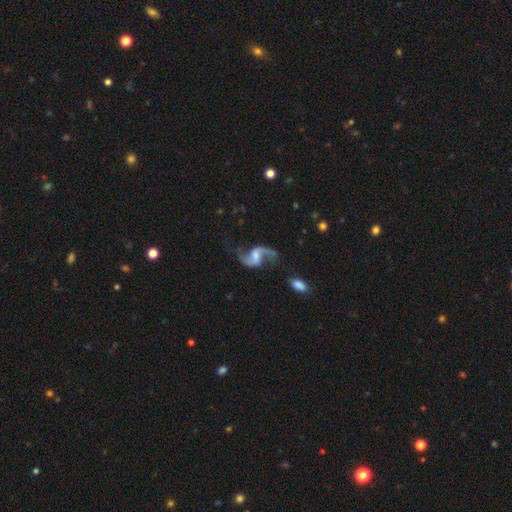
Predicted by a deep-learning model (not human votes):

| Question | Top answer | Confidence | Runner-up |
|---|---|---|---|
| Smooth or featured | featured or disk | 90% | smooth (5%) |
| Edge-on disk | no | 98% | yes (2%) |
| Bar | weak | 47% | no (37%) |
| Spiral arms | yes | 97% | no (3%) |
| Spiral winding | loose | 82% | medium (16%) |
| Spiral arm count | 2 | 93% | 1 (3%) |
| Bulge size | small | 36% | moderate (34%) |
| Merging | none | 69% | minor disturbance (16%) |